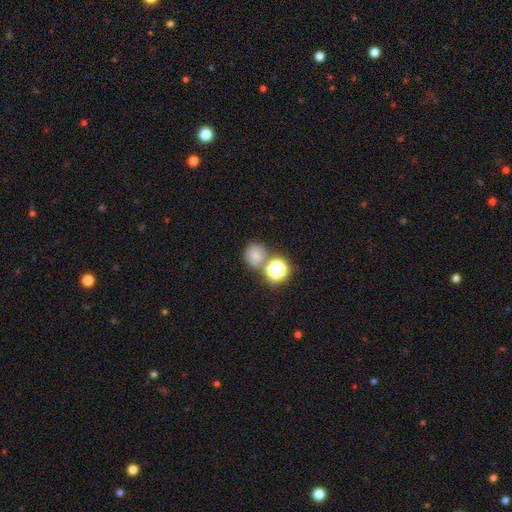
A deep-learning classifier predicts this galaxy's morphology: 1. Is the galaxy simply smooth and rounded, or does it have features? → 68% smooth, 20% star or artifact, 12% featured or disk.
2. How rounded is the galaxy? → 87% round, 12% in between, 1% cigar-shaped.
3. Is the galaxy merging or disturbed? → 61% none, 24% merger, 11% minor disturbance, 4% major disturbance.